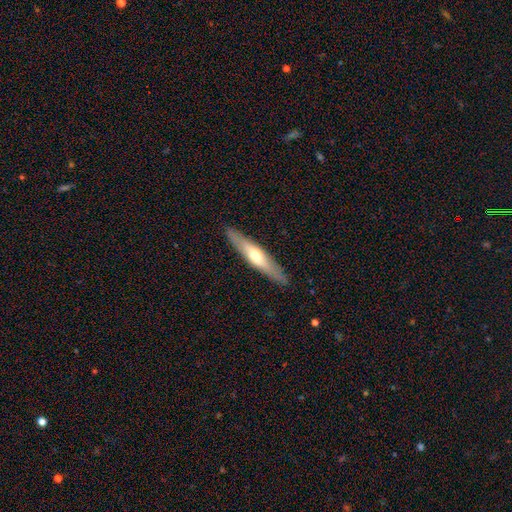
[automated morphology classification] This appears to be a featured or disk galaxy (54%) viewed edge-on (86%). Merging: none (89%).